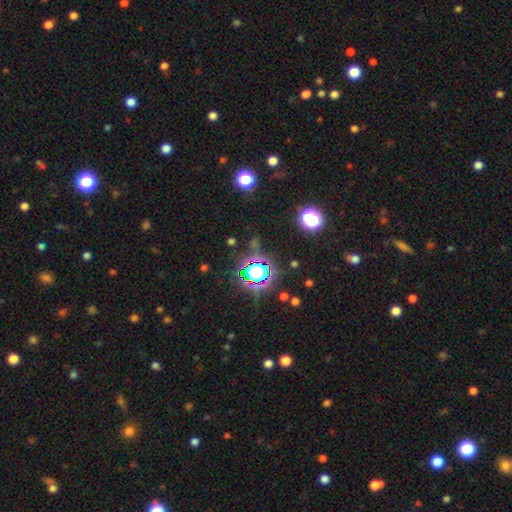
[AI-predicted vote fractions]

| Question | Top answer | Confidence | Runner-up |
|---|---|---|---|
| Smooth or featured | star or artifact | 81% | smooth (12%) |